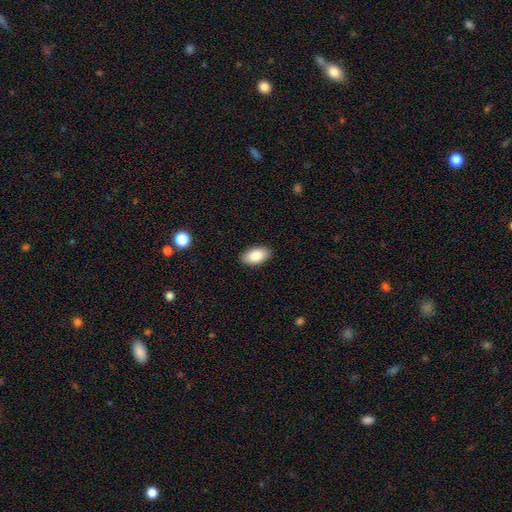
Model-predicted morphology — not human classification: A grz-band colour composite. It shows a smooth galaxy with no disk features (86%) that is in between round and cigar-shaped (94%). Merging: none (89%).